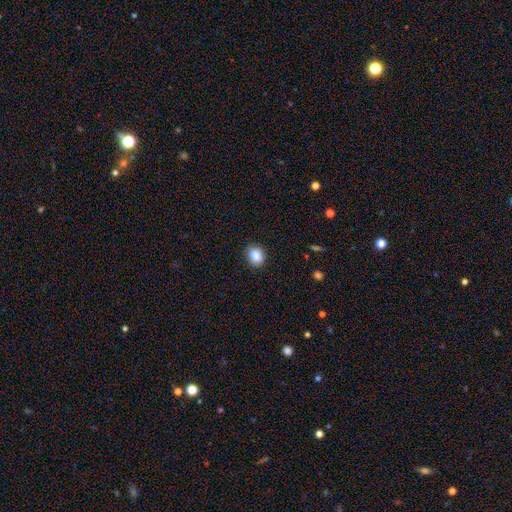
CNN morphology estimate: Smooth or featured?
  - smooth: 85% *
  - star or artifact: 9%
  - featured or disk: 5%
How rounded?
  - round: 56% *
  - in between: 42%
  - cigar-shaped: 1%
Merging?
  - none: 88% *
  - minor disturbance: 9%
  - major disturbance: 2%
  - merger: 1%